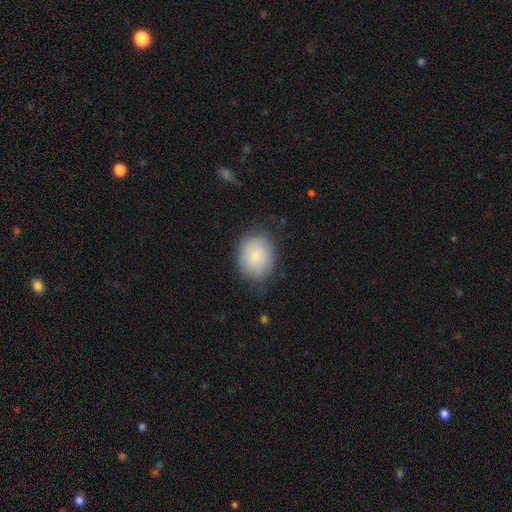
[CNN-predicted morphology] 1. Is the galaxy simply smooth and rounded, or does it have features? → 70% smooth, 23% featured or disk, 7% star or artifact.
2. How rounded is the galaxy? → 50% in between, 49% round, 1% cigar-shaped.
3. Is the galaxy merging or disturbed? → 75% none, 19% minor disturbance, 5% major disturbance, 1% merger.